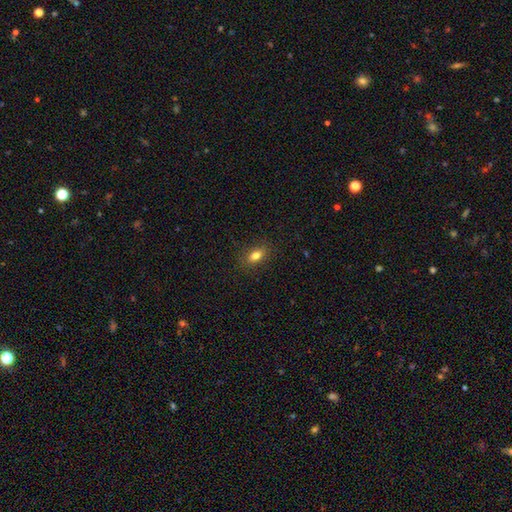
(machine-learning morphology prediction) type=smooth (80%); roundness=in between (80%); merging=none (86%).